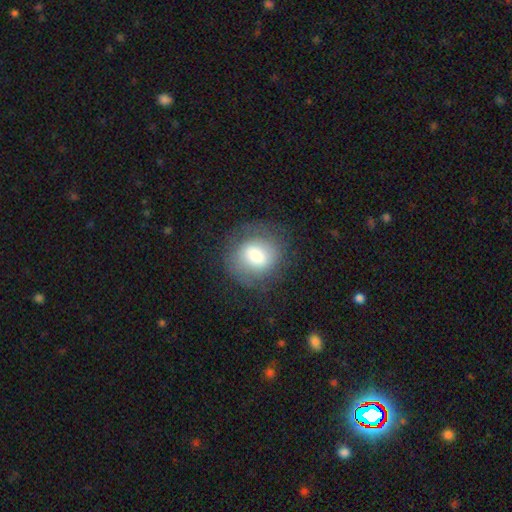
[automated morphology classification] Smooth or featured? Predicted: smooth (p=0.64). How rounded? Predicted: round (p=0.77). Merging? Predicted: none (p=0.71).